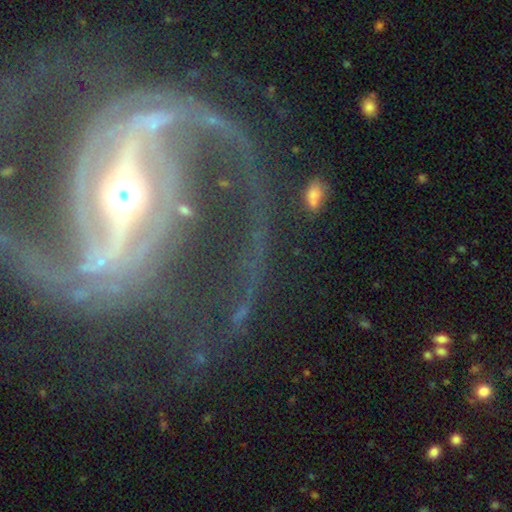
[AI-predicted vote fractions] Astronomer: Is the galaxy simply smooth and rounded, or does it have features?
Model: featured or disk — 91%.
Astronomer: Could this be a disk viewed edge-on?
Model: no — 96%.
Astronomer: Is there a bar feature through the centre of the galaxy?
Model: strong — 72%.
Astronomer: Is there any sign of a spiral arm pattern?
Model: yes — 96%.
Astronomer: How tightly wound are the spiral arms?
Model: medium — 51% (runner-up: loose, 28%).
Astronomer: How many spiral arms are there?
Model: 2 — 77%.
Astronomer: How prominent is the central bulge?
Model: moderate — 61%.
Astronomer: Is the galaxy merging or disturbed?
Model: none — 60%.